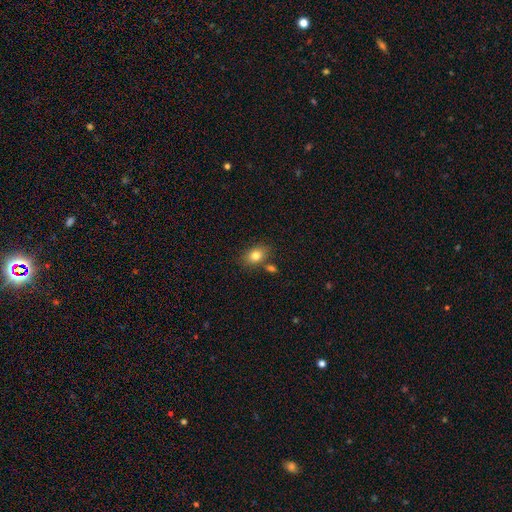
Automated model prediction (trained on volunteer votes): The model was most divided on "how rounded": in between: 75%, round: 23%, cigar-shaped: 2%. More confident: smooth or featured — smooth (80%); merging — none (71%).